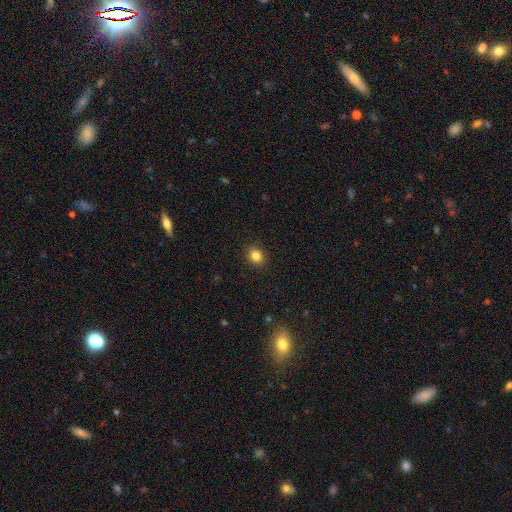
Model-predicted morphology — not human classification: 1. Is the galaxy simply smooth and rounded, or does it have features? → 83% smooth, 11% star or artifact, 6% featured or disk.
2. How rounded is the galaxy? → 63% round, 36% in between, 1% cigar-shaped.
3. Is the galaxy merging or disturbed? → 90% none, 7% minor disturbance, 2% major disturbance, 1% merger.